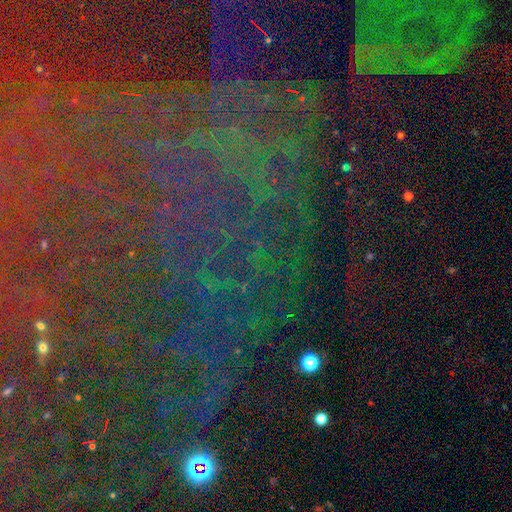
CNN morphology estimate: This appears to be a star or artifact, not a galaxy (82%).